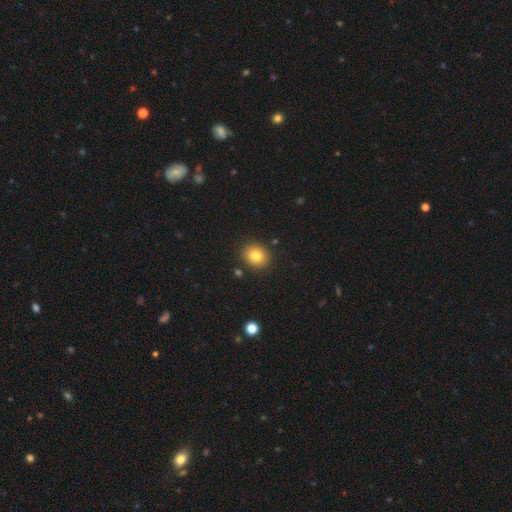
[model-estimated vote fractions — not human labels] smooth 82%, star or artifact 11%, featured or disk 8%. Down the decision tree: how rounded — round (68%); merging — none (88%).